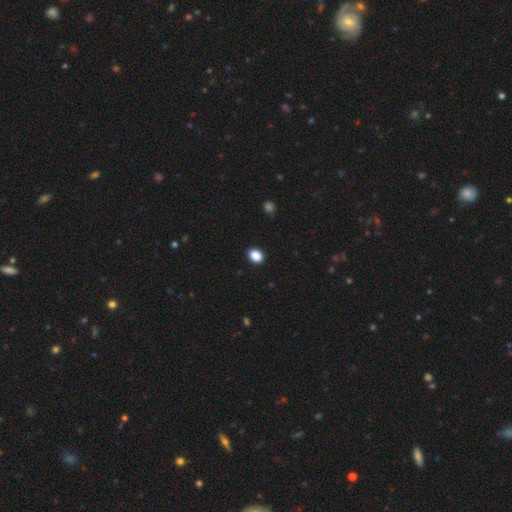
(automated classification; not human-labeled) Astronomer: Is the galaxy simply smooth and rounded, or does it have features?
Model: smooth — 88%.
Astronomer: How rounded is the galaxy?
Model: in between — 57% (runner-up: round, 42%).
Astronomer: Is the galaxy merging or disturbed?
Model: none — 91%.